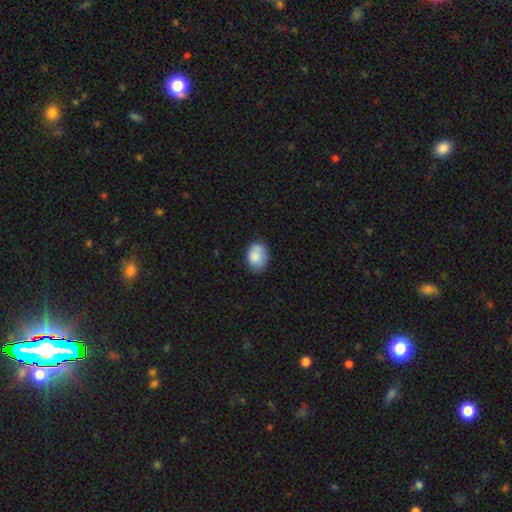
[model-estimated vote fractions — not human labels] A smooth galaxy with no disk features (83%) that is in between round and cigar-shaped (72%).

Vote fractions:
- Smooth or featured? smooth: 83% / featured or disk: 9% / star or artifact: 7%
- How rounded? in between: 72% / round: 27% / cigar-shaped: 1%
- Merging? none: 71% / minor disturbance: 22% / major disturbance: 4% / merger: 3%